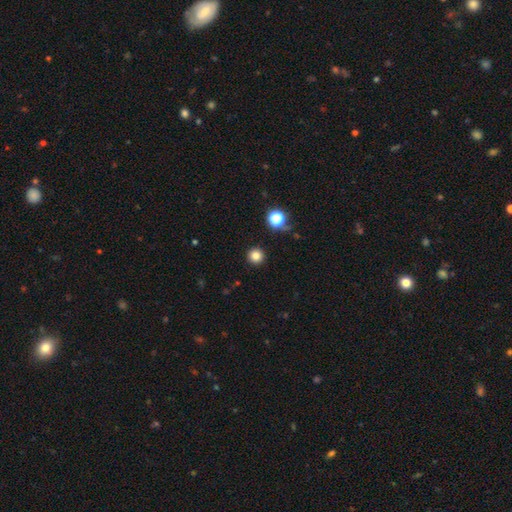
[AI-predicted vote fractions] Smooth or featured?
  - smooth: 82% *
  - star or artifact: 13%
  - featured or disk: 5%
How rounded?
  - round: 96% *
  - in between: 3%
  - cigar-shaped: 1%
Merging?
  - none: 92% *
  - minor disturbance: 5%
  - major disturbance: 2%
  - merger: 1%